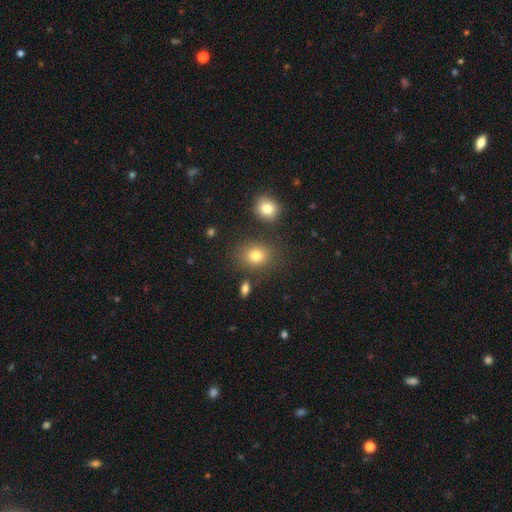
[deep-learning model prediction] Smooth or featured: smooth — 78% (star or artifact — 13%)
How rounded: round — 58% (in between — 41%)
Merging: none — 79% (minor disturbance — 11%)